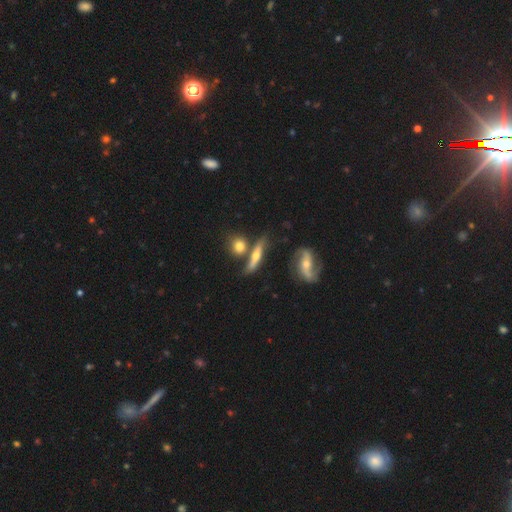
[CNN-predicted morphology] featured or disk 53%, smooth 39%, star or artifact 8%. Down the decision tree: edge-on disk — yes (72%); merging — none (59%).